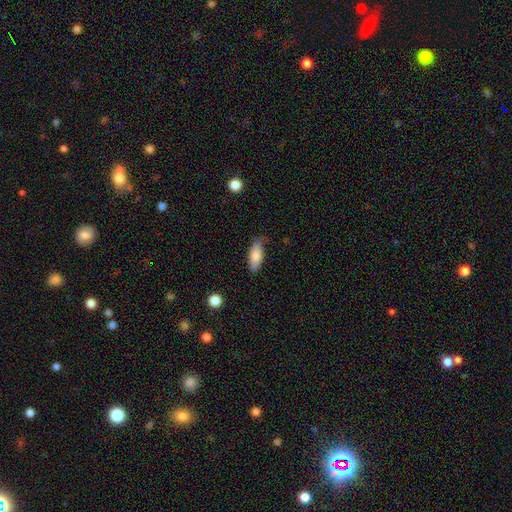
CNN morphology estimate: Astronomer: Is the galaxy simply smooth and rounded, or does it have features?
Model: smooth — 81%.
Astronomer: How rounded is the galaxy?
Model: in between — 77%.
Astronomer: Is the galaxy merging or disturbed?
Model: none — 73%.